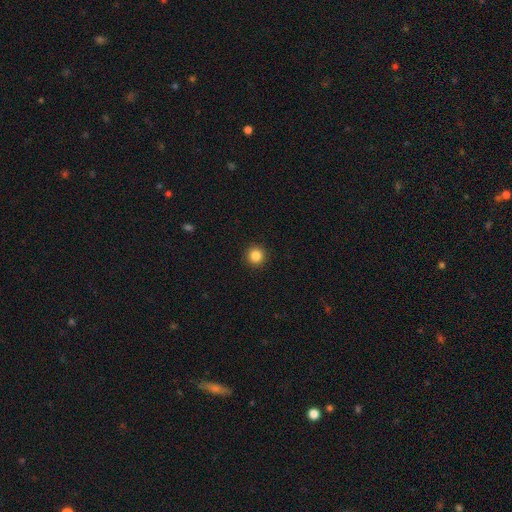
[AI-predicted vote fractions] Overall: smooth (85%). How rounded: round (96%). Merging: none (93%).